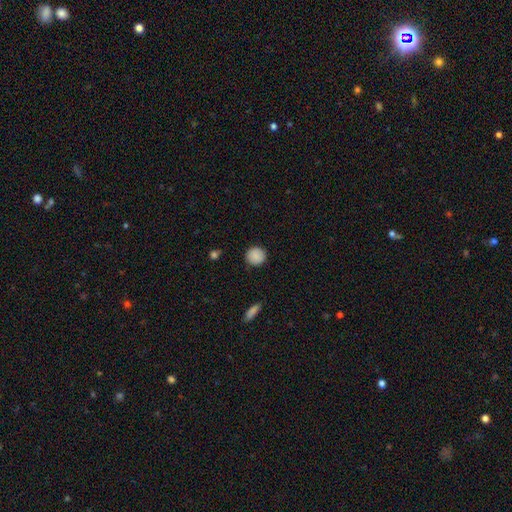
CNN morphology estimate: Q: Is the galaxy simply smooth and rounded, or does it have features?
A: smooth — 88%.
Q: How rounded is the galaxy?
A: round — 91%.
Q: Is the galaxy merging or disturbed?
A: none — 89%.